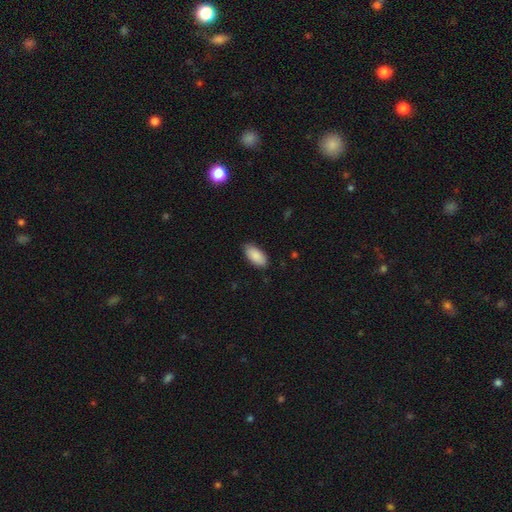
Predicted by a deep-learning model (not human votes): smooth-or-featured: smooth: 89% | star or artifact: 6% | featured or disk: 5%
  how-rounded: in between: 94% | cigar-shaped: 5% | round: 2%
  merging: none: 84% | minor disturbance: 13% | major disturbance: 2% | merger: 1%